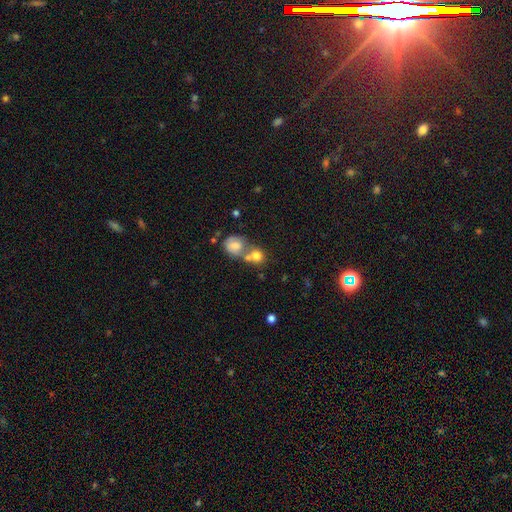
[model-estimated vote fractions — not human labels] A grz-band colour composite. It shows a smooth galaxy with no disk features (75%) that is round (79%). Merging: merger (57%).